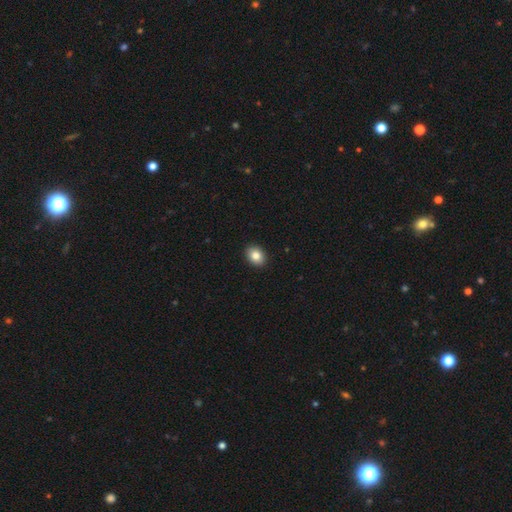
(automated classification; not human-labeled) Overall: smooth (84%). How rounded: in between (64%; round 35%). Merging: none (92%).